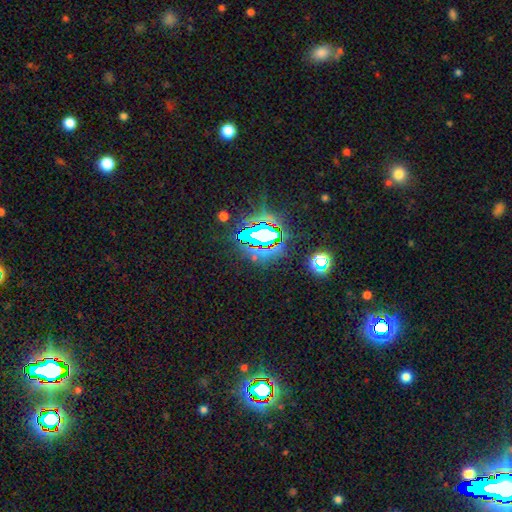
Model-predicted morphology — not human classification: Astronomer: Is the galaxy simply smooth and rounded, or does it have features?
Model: star or artifact — 78%.